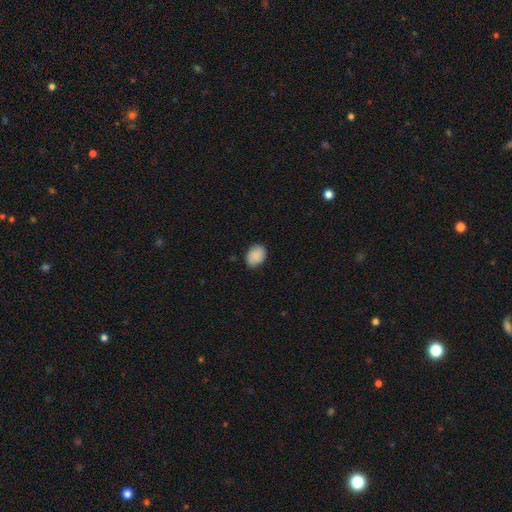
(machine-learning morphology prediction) This is clearly a smooth galaxy (89%). How rounded: likely in between (66%). Merging: likely none (77%).